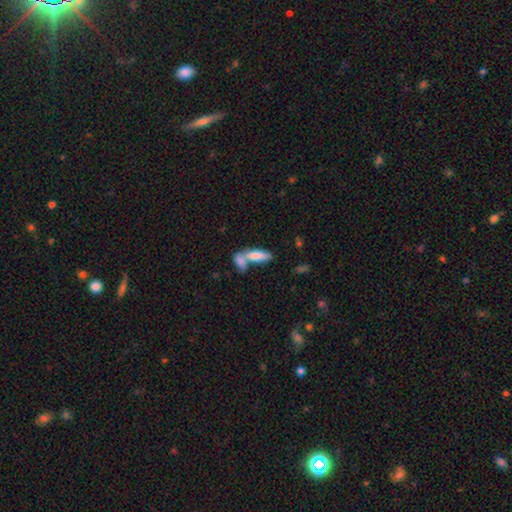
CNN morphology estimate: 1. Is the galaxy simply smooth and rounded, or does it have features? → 76% smooth, 17% featured or disk, 7% star or artifact.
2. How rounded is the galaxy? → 61% in between, 37% cigar-shaped, 2% round.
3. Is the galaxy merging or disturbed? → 59% merger, 29% none, 8% minor disturbance, 4% major disturbance.